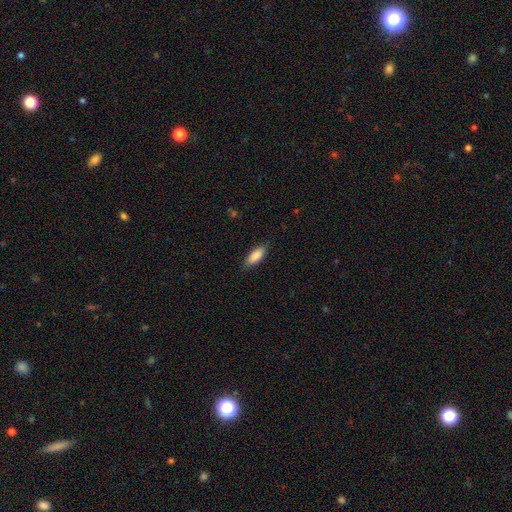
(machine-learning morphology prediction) Smooth or featured? Predicted: smooth (p=0.86). How rounded? Predicted: in between (p=0.76). Merging? Predicted: none (p=0.83).